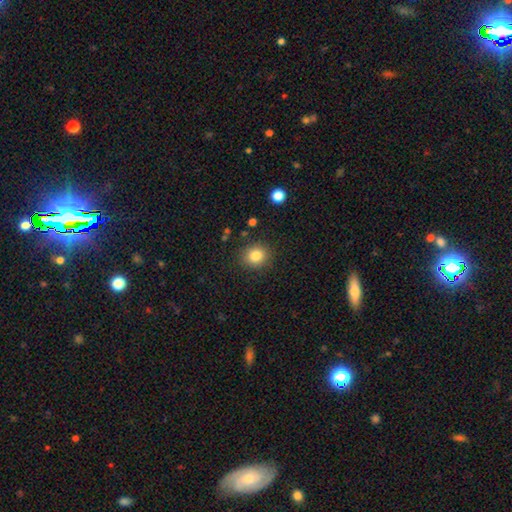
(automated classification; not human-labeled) Q: Smooth or featured?
A: smooth (83%); runner-up: star or artifact (11%)
Q: How rounded?
A: round (79%); runner-up: in between (20%)
Q: Merging?
A: none (87%); runner-up: minor disturbance (8%)